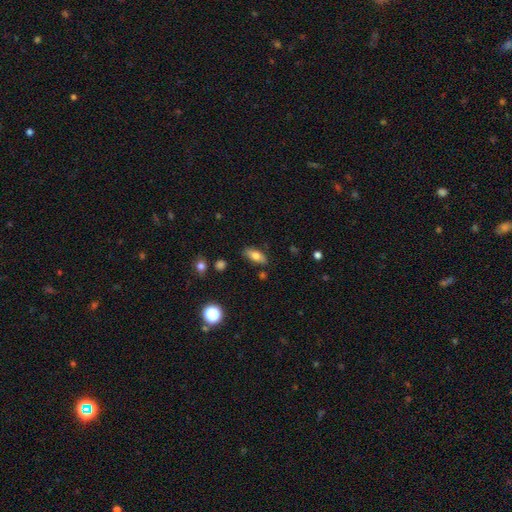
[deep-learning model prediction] Overall: smooth (74%). How rounded: in between (83%). Merging: none (83%).